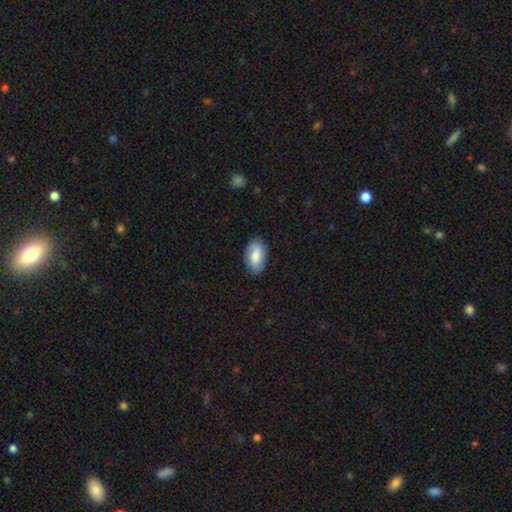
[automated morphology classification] Q: Smooth or featured?
A: smooth (77%); runner-up: featured or disk (17%)
Q: How rounded?
A: in between (94%); runner-up: round (4%)
Q: Merging?
A: none (85%); runner-up: minor disturbance (12%)